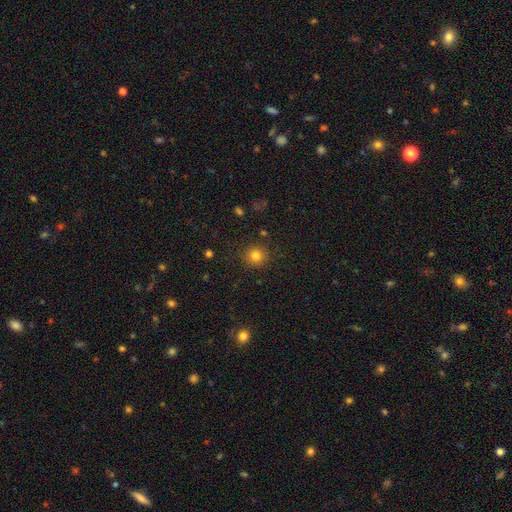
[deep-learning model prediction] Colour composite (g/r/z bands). It shows a smooth galaxy with no disk features (81%) that is round (92%). Merging: none (89%).